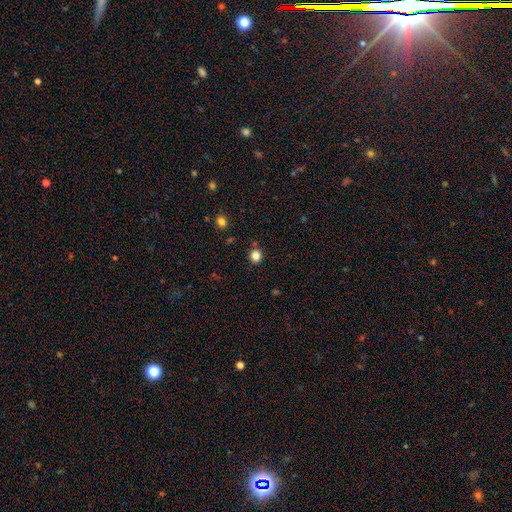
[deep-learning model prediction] Overall: smooth (83%). How rounded: round (90%). Merging: none (87%).